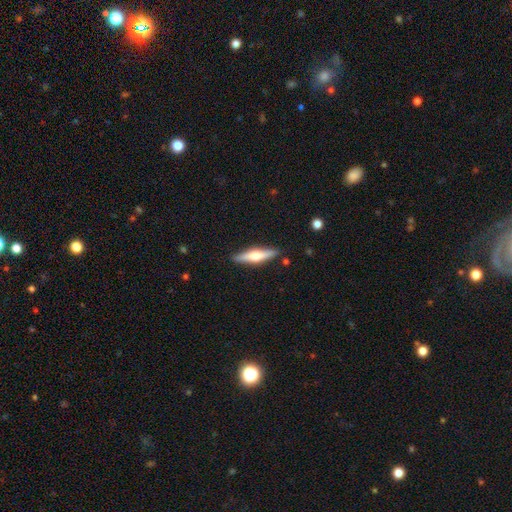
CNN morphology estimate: Smooth or featured? Predicted: featured or disk (p=0.58). Edge-on disk? Predicted: yes (p=0.95). Edge-on bulge? Predicted: rounded (p=0.91). Merging? Predicted: none (p=0.88).